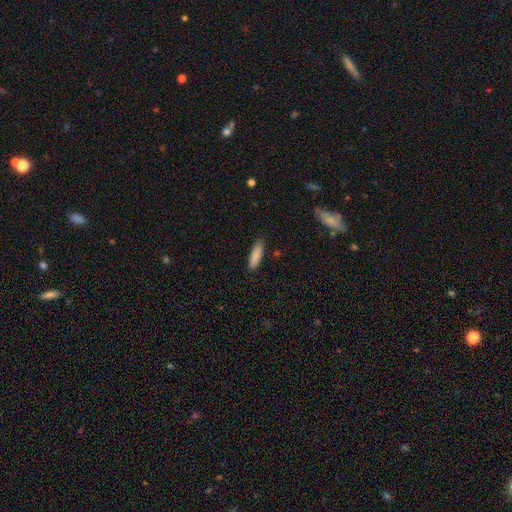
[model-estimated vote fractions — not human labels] Q: Smooth or featured?
A: smooth (87%); runner-up: featured or disk (7%)
Q: How rounded?
A: cigar-shaped (53%); runner-up: in between (45%)
Q: Merging?
A: none (85%); runner-up: minor disturbance (12%)